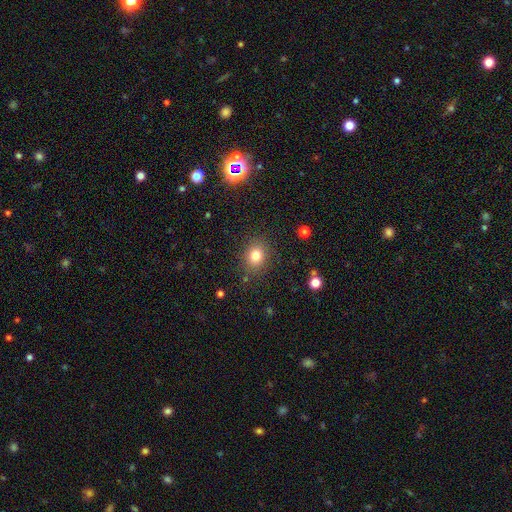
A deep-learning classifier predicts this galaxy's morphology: Smooth or featured? Predicted: smooth (p=0.80). How rounded? Predicted: round (p=0.69). Merging? Predicted: none (p=0.85).